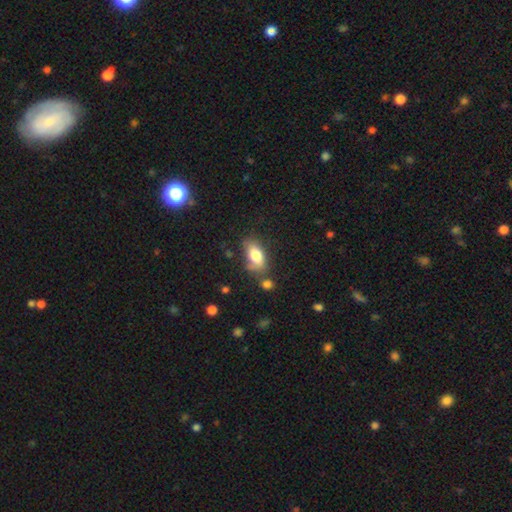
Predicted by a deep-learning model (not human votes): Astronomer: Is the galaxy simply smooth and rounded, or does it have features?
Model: smooth — 78%.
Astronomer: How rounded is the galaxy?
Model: in between — 89%.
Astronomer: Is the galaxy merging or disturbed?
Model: none — 60%.